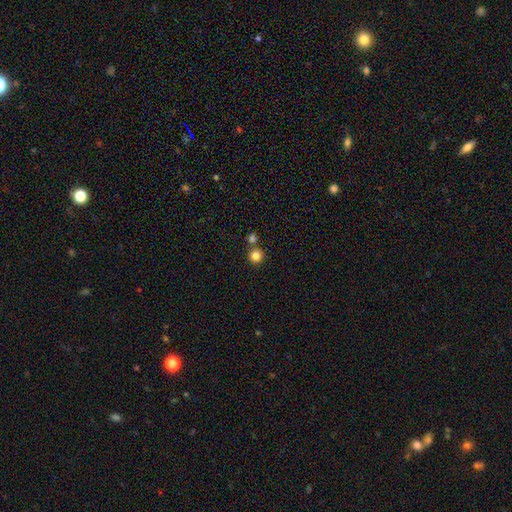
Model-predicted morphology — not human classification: Overall: smooth (83%). How rounded: round (95%). Merging: none (75%).